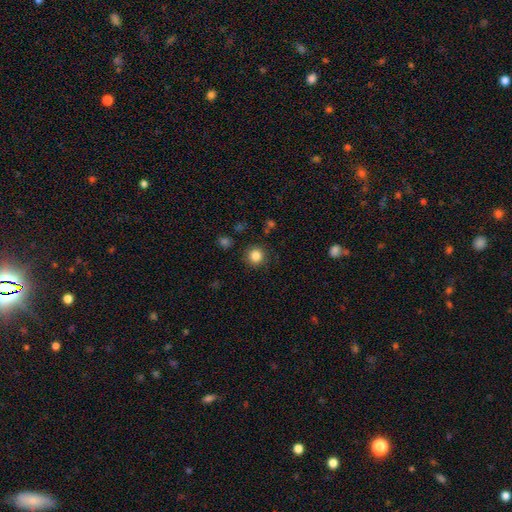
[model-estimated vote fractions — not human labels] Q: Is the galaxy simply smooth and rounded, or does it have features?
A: smooth — 84%.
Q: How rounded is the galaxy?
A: round — 93%.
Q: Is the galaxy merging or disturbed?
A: none — 89%.